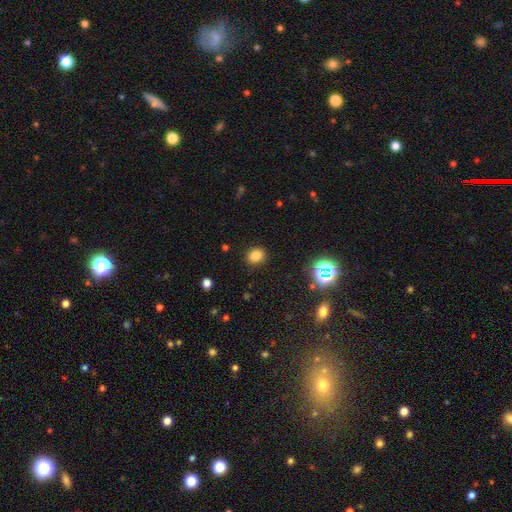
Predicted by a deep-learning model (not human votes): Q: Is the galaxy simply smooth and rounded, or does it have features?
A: smooth — 80%.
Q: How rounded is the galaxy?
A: round — 51%.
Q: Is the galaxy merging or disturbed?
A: none — 88%.